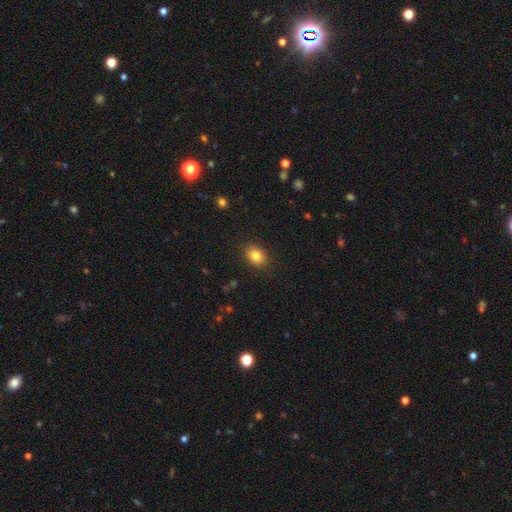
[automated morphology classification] Overall: smooth (83%). How rounded: in between (64%; round 35%). Merging: none (88%).